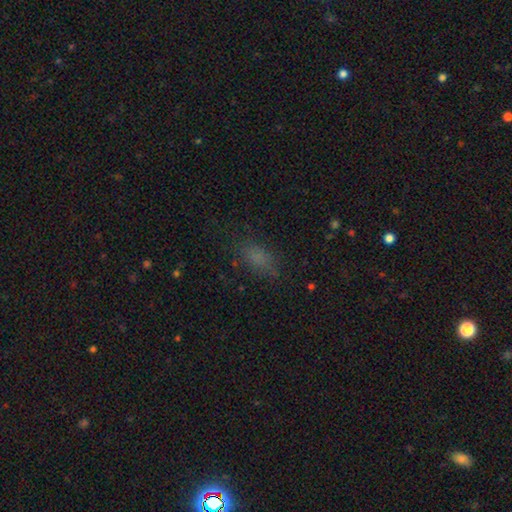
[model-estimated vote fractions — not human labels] The model was most divided on "merging": none: 71%, minor disturbance: 18%, major disturbance: 9%, merger: 2%. More confident: how rounded — in between (83%); smooth or featured — smooth (73%).